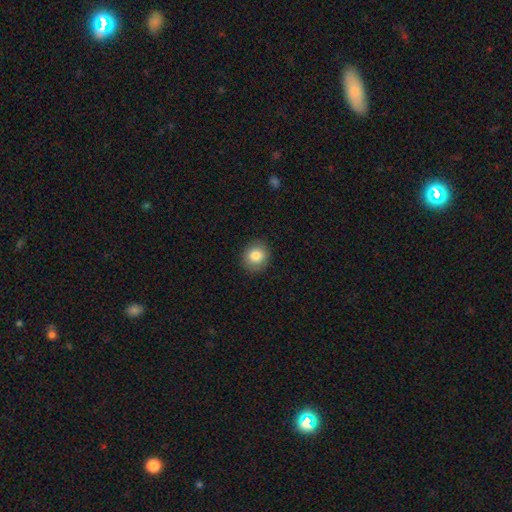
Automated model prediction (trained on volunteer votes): Smooth or featured? Predicted: smooth (p=0.84). How rounded? Predicted: round (p=0.79). Merging? Predicted: none (p=0.89).